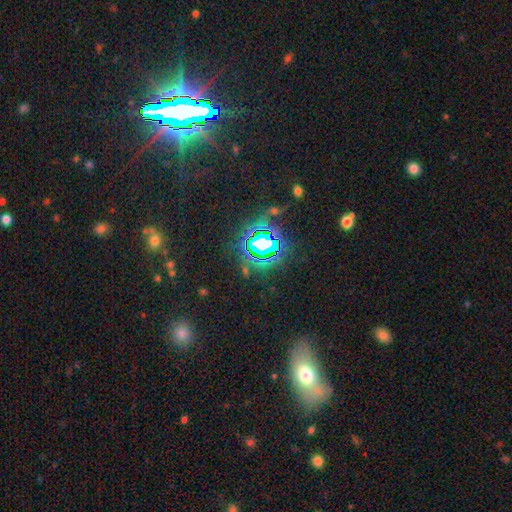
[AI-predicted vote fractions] Smooth or featured?
  - star or artifact: 64% *
  - smooth: 21%
  - featured or disk: 15%